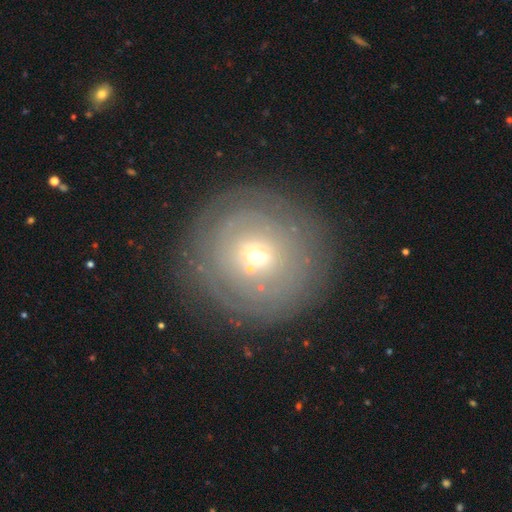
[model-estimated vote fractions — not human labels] featured or disk 51%, smooth 35%, star or artifact 14%. Down the decision tree: edge-on disk — no (95%); merging — none (79%).